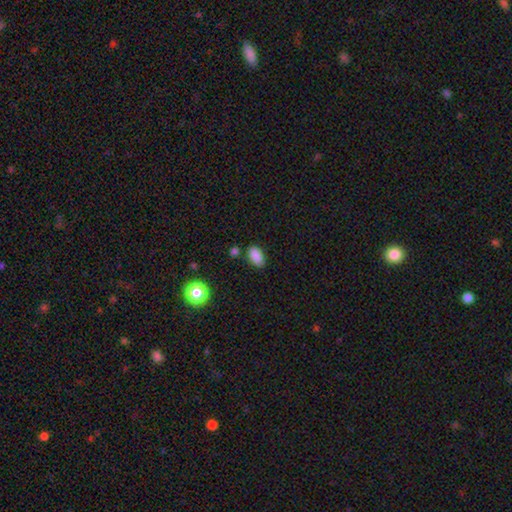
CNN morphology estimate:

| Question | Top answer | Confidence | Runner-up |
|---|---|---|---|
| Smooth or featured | smooth | 86% | star or artifact (10%) |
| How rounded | in between | 90% | round (7%) |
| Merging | none | 78% | minor disturbance (14%) |